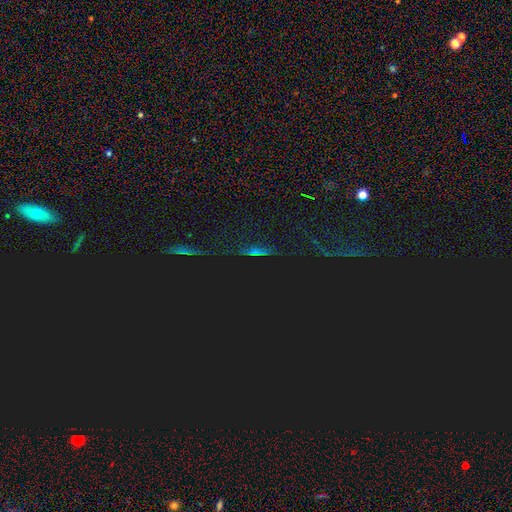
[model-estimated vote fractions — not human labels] Smooth or featured? Predicted: star or artifact (p=0.72).